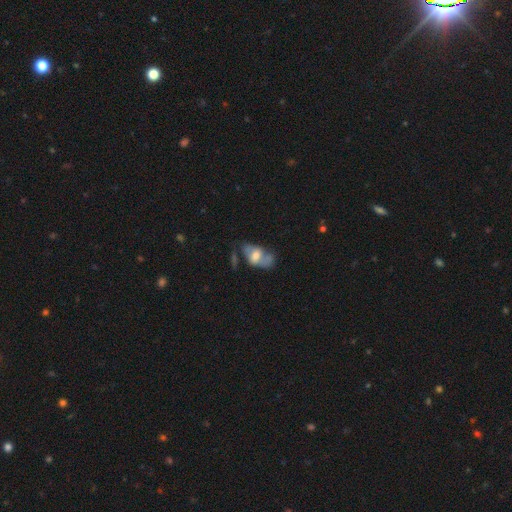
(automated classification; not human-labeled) smooth-or-featured: featured or disk: 46% | smooth: 45% | star or artifact: 8%
  merging: none: 33% | major disturbance: 24% | minor disturbance: 24% | merger: 19%